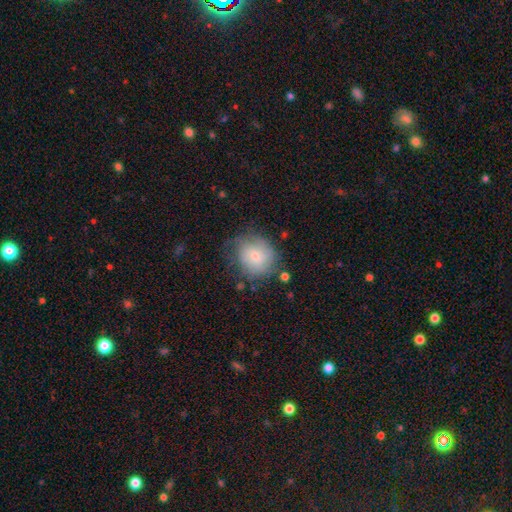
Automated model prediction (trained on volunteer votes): Smooth or featured: smooth — 62% (featured or disk — 29%)
How rounded: round — 78% (in between — 21%)
Merging: none — 61% (minor disturbance — 25%)